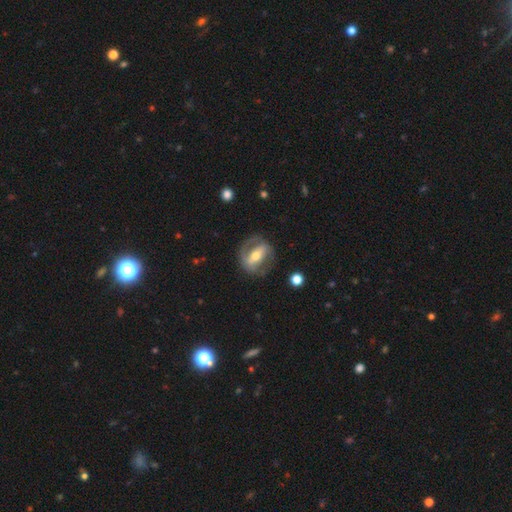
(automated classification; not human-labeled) This appears to be a featured or disk galaxy (71%) with a strong bar (64%), spiral arms (54%) and a moderate central bulge (65%). Merging: none (71%).